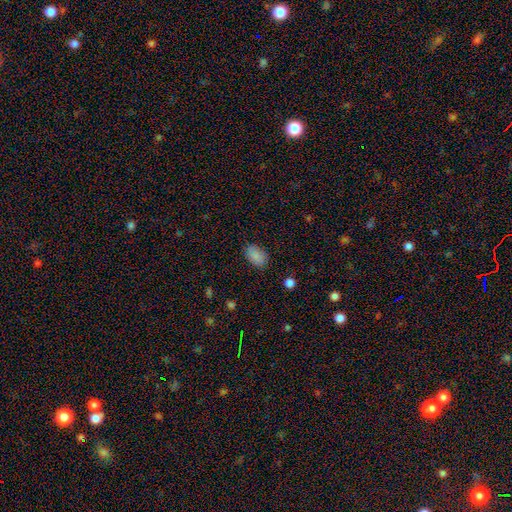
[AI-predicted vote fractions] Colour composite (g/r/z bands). It shows a smooth galaxy with no disk features (87%) that is in between round and cigar-shaped (86%). Merging: none (83%).